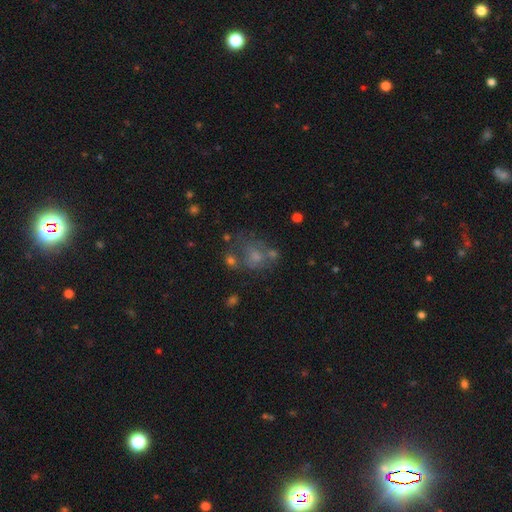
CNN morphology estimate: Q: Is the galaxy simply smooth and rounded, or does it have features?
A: smooth — 52%.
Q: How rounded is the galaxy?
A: round — 57%.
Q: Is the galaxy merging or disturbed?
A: none — 36%.